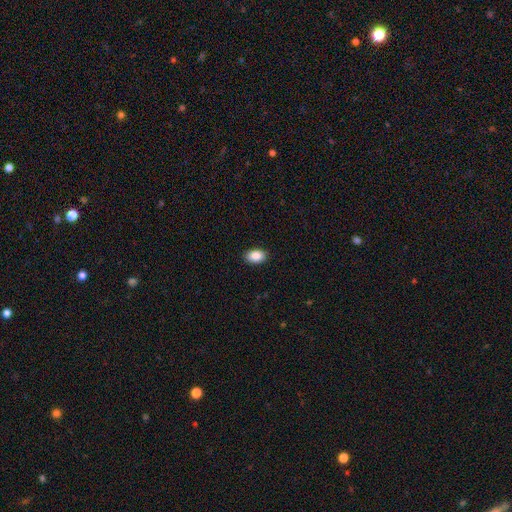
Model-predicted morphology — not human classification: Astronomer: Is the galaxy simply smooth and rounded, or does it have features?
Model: smooth — 89%.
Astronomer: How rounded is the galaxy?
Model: in between — 89%.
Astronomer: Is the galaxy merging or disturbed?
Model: none — 90%.